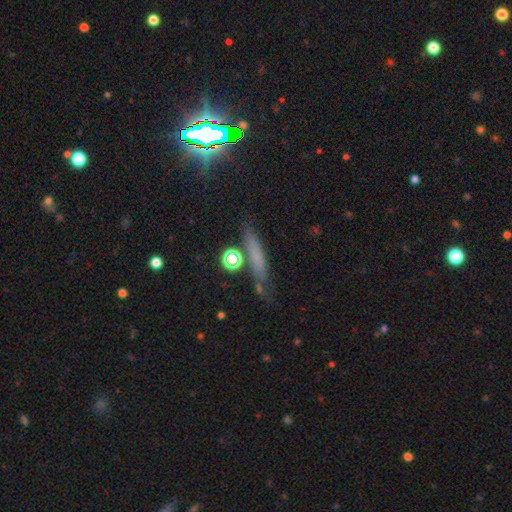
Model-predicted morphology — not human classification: This is possibly a smooth galaxy (54%). How rounded: clearly cigar-shaped (85%). Merging: likely none (73%).